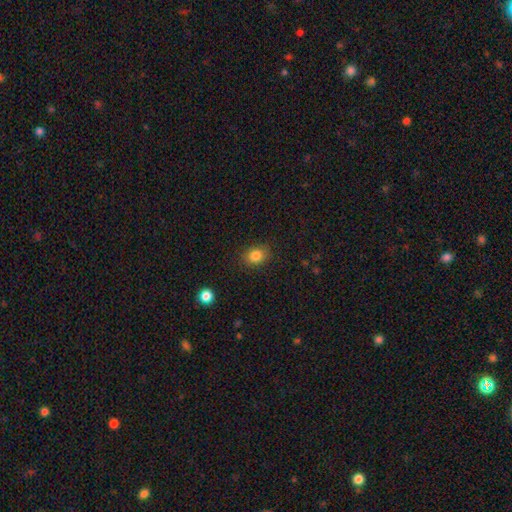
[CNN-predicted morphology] Smooth or featured: smooth — 84% (star or artifact — 10%)
How rounded: in between — 52% (round — 47%)
Merging: none — 86% (minor disturbance — 10%)